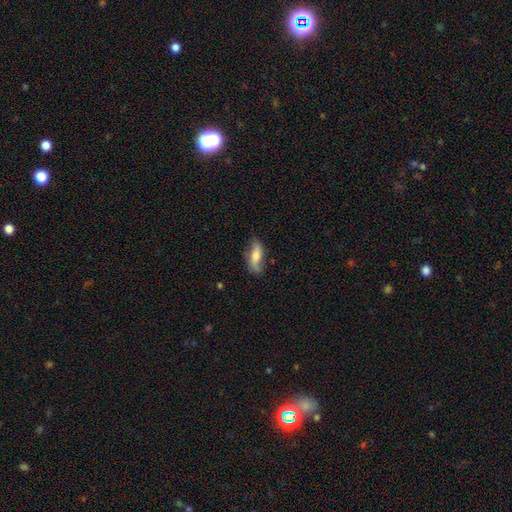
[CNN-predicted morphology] smooth_or_featured: smooth (p=0.55) [alt: featured or disk p=0.38]
how_rounded: in between (p=0.67) [alt: cigar-shaped p=0.29]
merging: none (p=0.65) [alt: minor disturbance p=0.25]